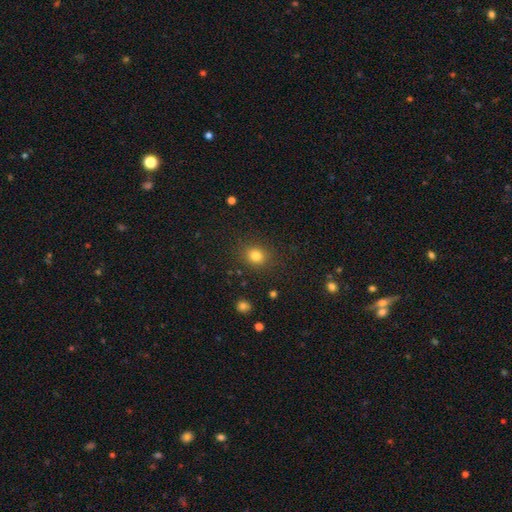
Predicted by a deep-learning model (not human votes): This appears to be a smooth galaxy with no disk features (82%) that is round (70%). Merging: none (86%).